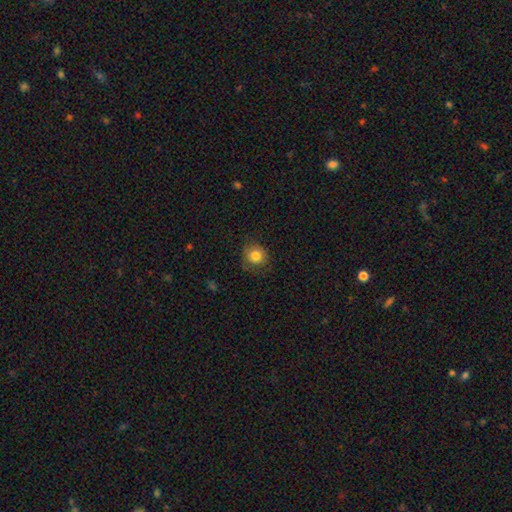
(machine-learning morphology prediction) The model was most divided on "merging": none: 73%, minor disturbance: 19%, major disturbance: 6%, merger: 1%. More confident: how rounded — round (85%); smooth or featured — smooth (81%).